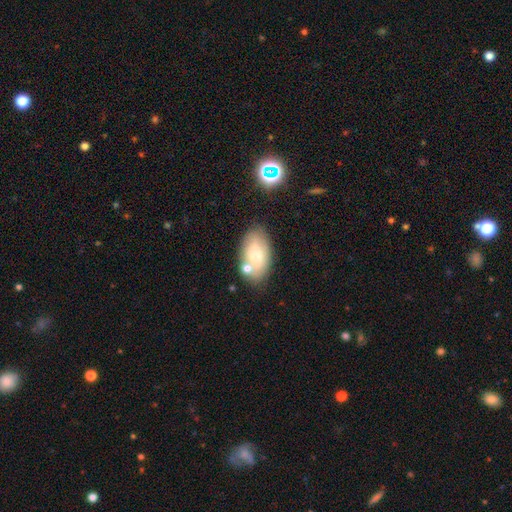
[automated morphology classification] This appears to be a smooth galaxy with no disk features (68%) that is in between round and cigar-shaped (92%). Merging: none (65%).